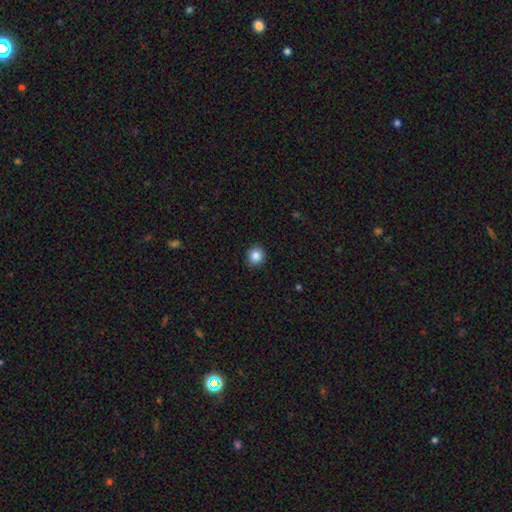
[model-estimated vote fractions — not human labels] smooth_or_featured: smooth (p=0.86) [alt: star or artifact p=0.10]
how_rounded: round (p=0.91) [alt: in between p=0.08]
merging: none (p=0.92) [alt: minor disturbance p=0.05]